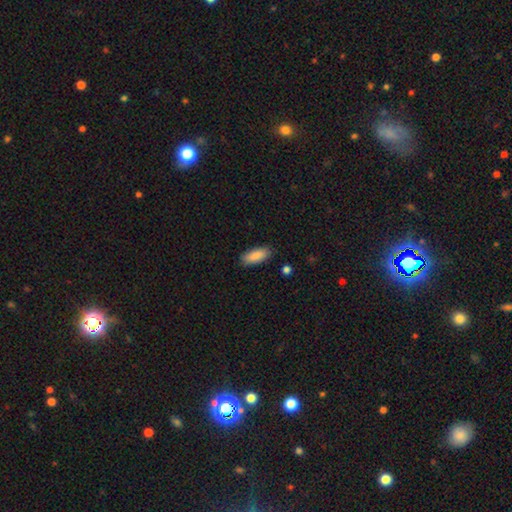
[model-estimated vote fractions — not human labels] This is clearly a smooth galaxy (88%). How rounded: likely in between (76%). Merging: clearly none (86%).